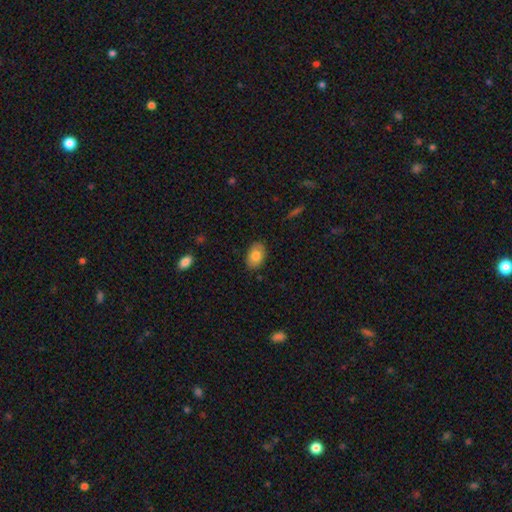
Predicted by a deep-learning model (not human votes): Morphology: type=smooth (81%); roundness=in between (87%); merging=none (85%).